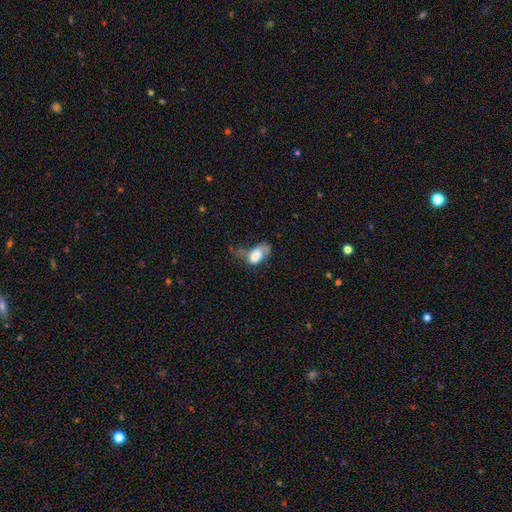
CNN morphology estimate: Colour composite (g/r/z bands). It shows a smooth galaxy with no disk features (64%) that is in between round and cigar-shaped (89%). Merging: major disturbance (45%).